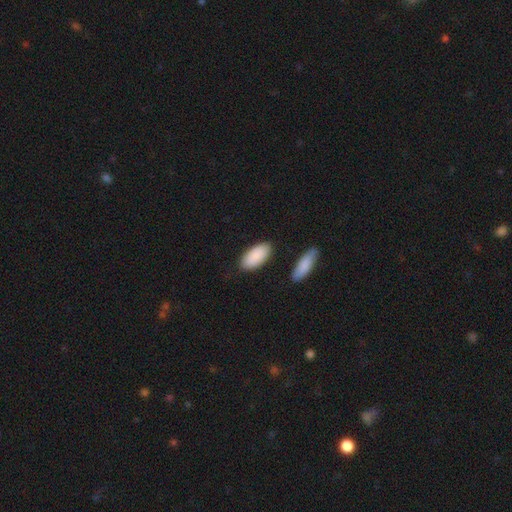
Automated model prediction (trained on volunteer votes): Smooth or featured?
  - smooth: 90% *
  - featured or disk: 5%
  - star or artifact: 5%
How rounded?
  - in between: 92% *
  - cigar-shaped: 6%
  - round: 2%
Merging?
  - none: 82% *
  - minor disturbance: 11%
  - merger: 4%
  - major disturbance: 3%